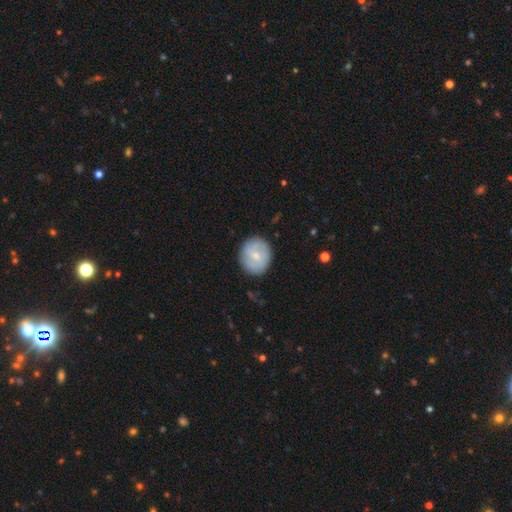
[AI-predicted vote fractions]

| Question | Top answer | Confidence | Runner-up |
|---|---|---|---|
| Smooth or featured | smooth | 58% | featured or disk (35%) |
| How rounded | round | 78% | in between (21%) |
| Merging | none | 85% | minor disturbance (11%) |